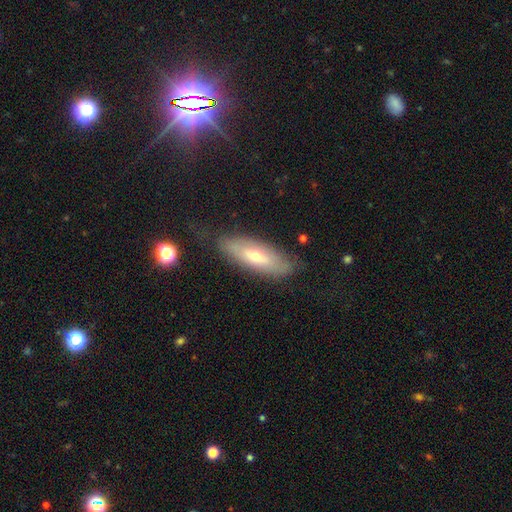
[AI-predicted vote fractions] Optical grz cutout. It shows a smooth galaxy with no disk features (50%). Merging: none (76%).